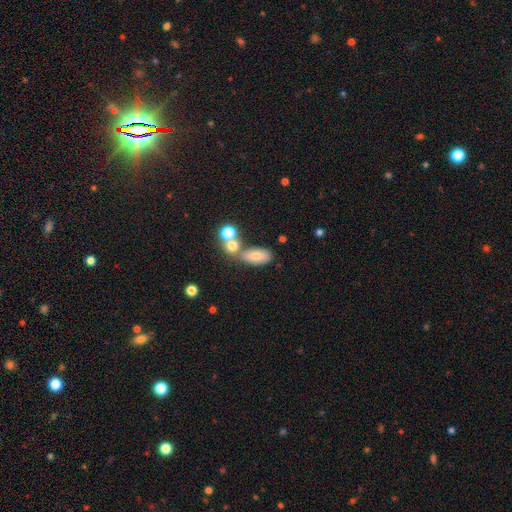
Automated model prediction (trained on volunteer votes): smooth 68%, featured or disk 18%, star or artifact 14%. Down the decision tree: how rounded — in between (79%); merging — none (48%).